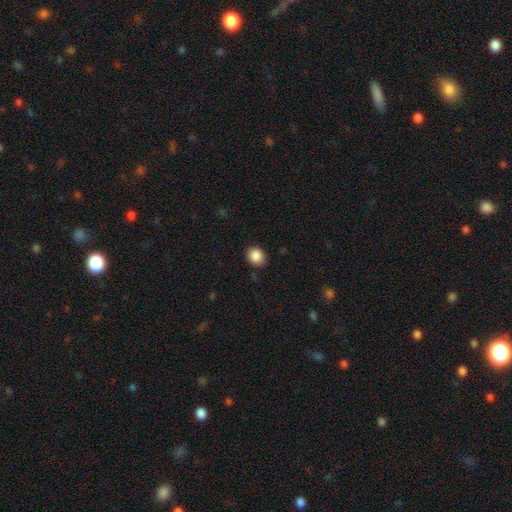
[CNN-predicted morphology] The model was most divided on "how rounded": round: 63%, in between: 36%, cigar-shaped: 1%. More confident: smooth or featured — smooth (88%); merging — none (87%).